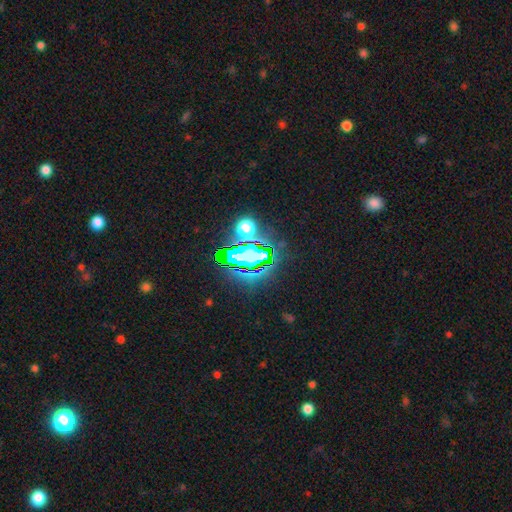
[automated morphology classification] Smooth or featured? star or artifact (81%)